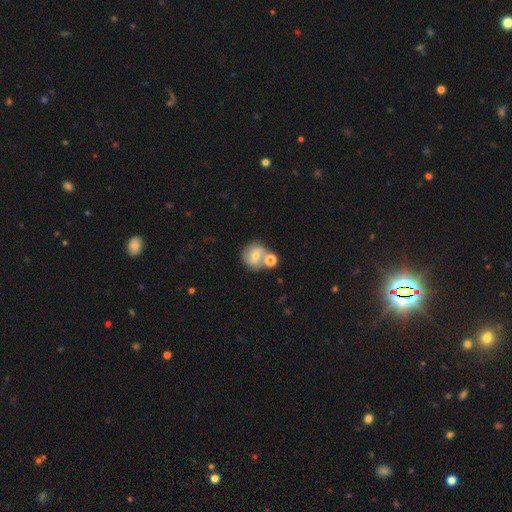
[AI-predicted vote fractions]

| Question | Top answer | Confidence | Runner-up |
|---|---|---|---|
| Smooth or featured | featured or disk | 46% | smooth (45%) |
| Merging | none | 47% | merger (35%) |